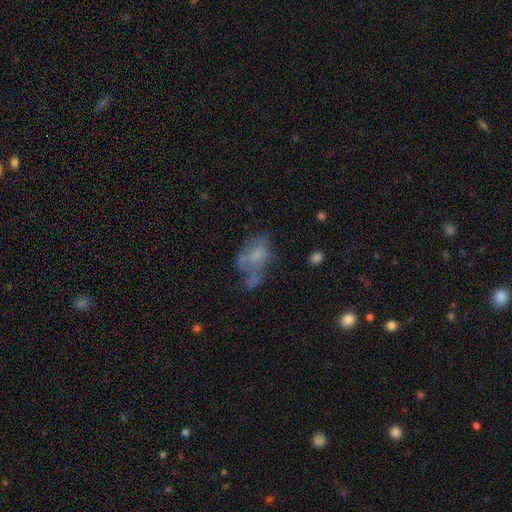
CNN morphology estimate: Overall: smooth (47%; featured or disk 41%). Merging: major disturbance (34%; none 24%).